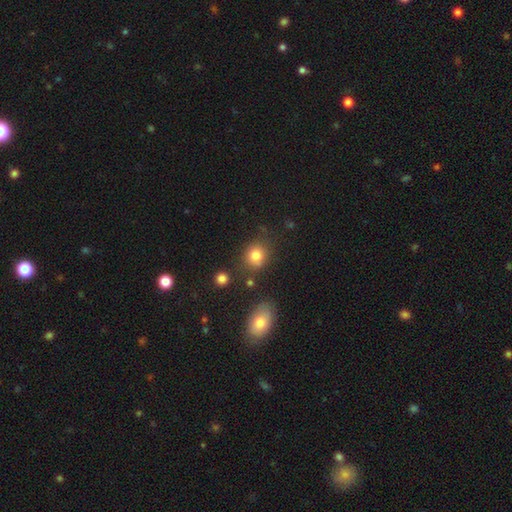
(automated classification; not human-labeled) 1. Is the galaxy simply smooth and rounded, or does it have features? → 81% smooth, 12% star or artifact, 8% featured or disk.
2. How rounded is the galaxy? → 70% round, 29% in between, 1% cigar-shaped.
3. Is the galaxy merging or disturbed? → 73% none, 15% minor disturbance, 7% merger, 5% major disturbance.